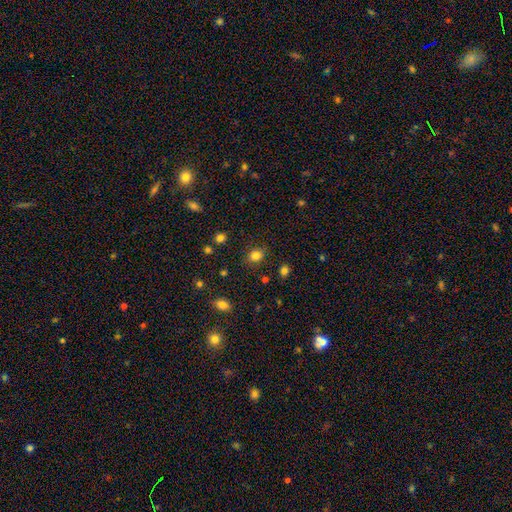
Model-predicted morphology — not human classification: Smooth or featured? Predicted: smooth (p=0.82). How rounded? Predicted: round (p=0.54). Merging? Predicted: none (p=0.84).